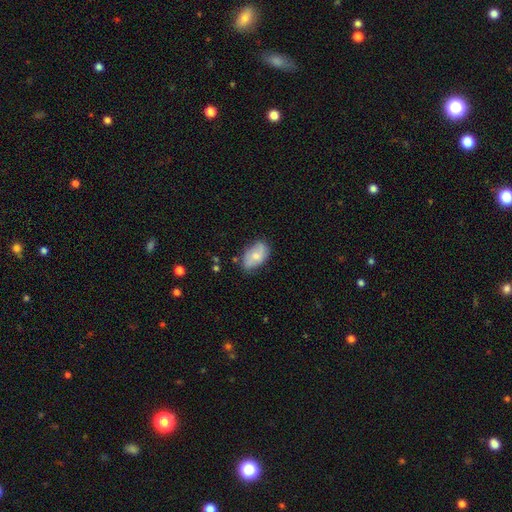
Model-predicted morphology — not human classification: This appears to be a smooth galaxy with no disk features (58%) that is in between round and cigar-shaped (90%). Merging: none (70%).